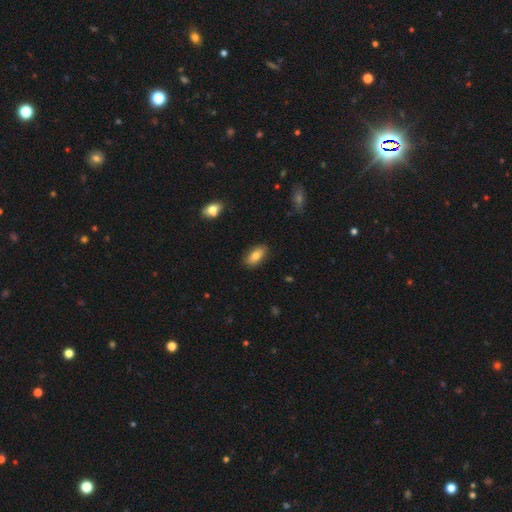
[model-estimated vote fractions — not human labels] Overall: smooth (76%). How rounded: in between (89%). Merging: none (85%).